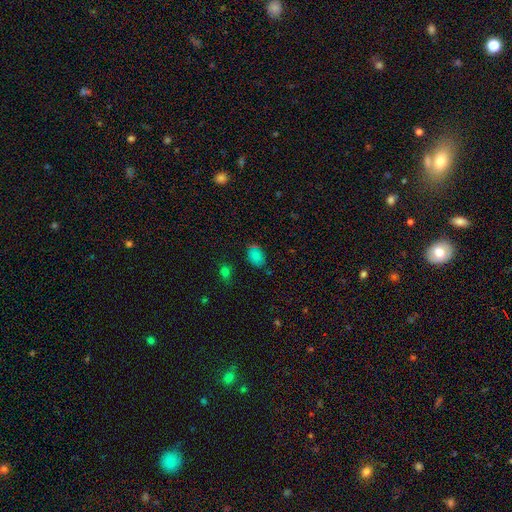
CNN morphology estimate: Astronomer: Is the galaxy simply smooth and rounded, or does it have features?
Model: smooth — 80%.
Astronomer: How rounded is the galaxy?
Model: in between — 80%.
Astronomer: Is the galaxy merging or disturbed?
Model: none — 74%.